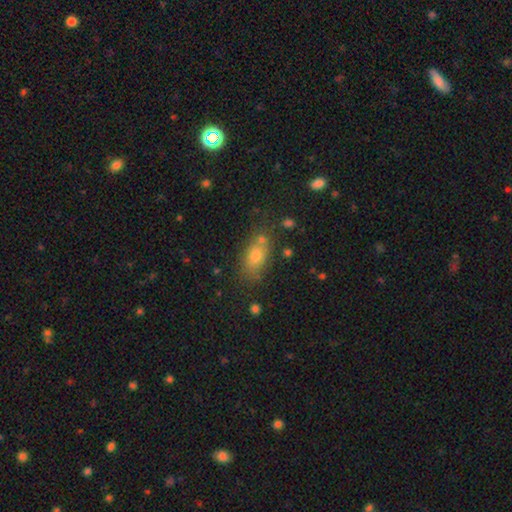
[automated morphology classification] smooth 75%, star or artifact 14%, featured or disk 11%. Down the decision tree: how rounded — in between (79%); merging — none (66%).